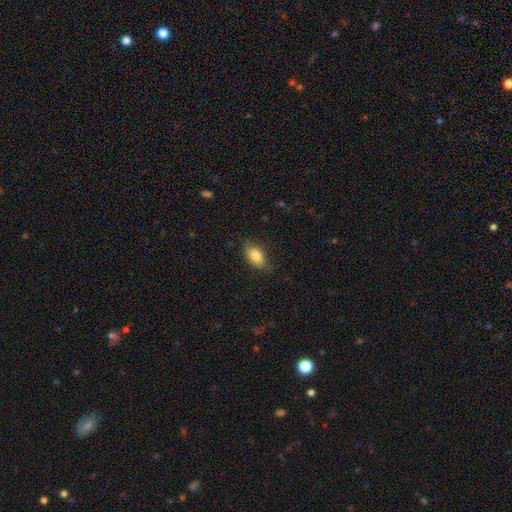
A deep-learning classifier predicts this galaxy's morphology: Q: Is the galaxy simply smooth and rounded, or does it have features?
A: smooth — 83%.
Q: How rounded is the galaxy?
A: in between — 90%.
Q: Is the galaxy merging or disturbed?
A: none — 76%.